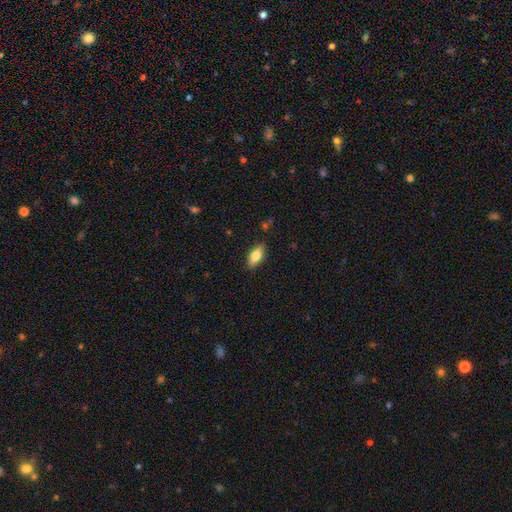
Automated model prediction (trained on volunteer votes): smooth 79%, featured or disk 14%, star or artifact 7%. Down the decision tree: how rounded — in between (85%); merging — none (86%).